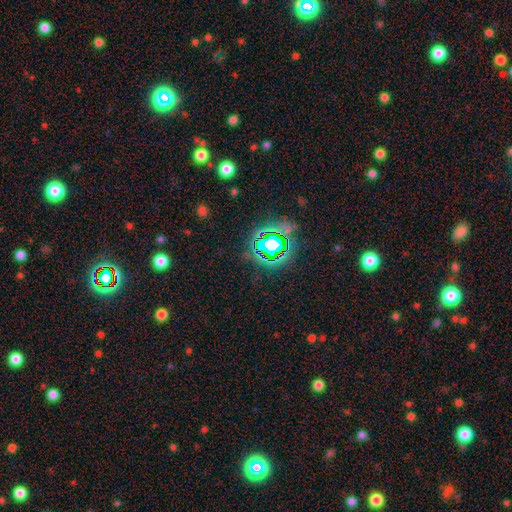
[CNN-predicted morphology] This appears to be a star or artifact, not a galaxy (79%).